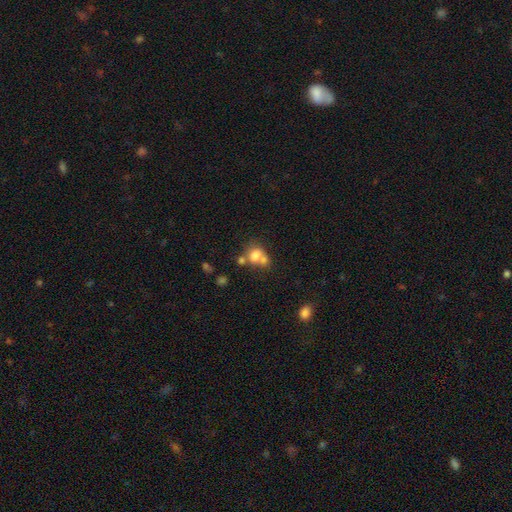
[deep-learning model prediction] Overall: smooth (71%). How rounded: round (54%; in between 44%). Merging: merger (53%; none 30%).